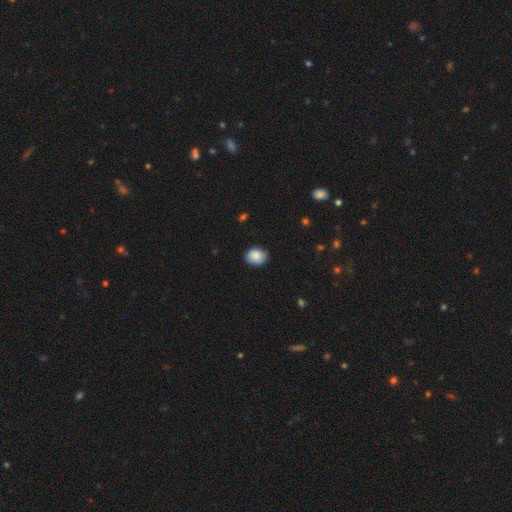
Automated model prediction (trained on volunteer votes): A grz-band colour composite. It shows a smooth galaxy with no disk features (84%) that is in between round and cigar-shaped (52%). Merging: none (76%).